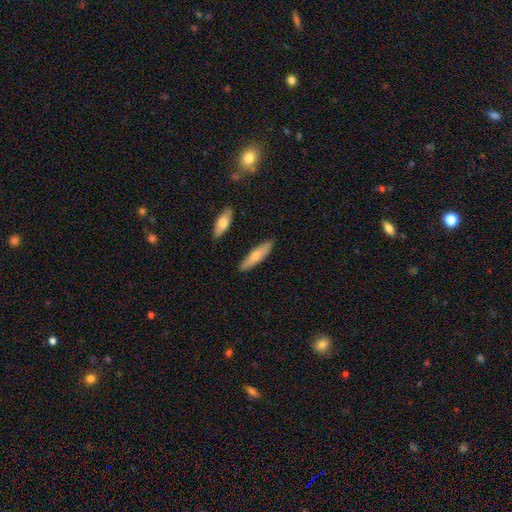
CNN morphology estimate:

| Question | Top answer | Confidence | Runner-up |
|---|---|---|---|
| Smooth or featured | smooth | 61% | featured or disk (32%) |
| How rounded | cigar-shaped | 65% | in between (33%) |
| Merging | none | 87% | minor disturbance (9%) |